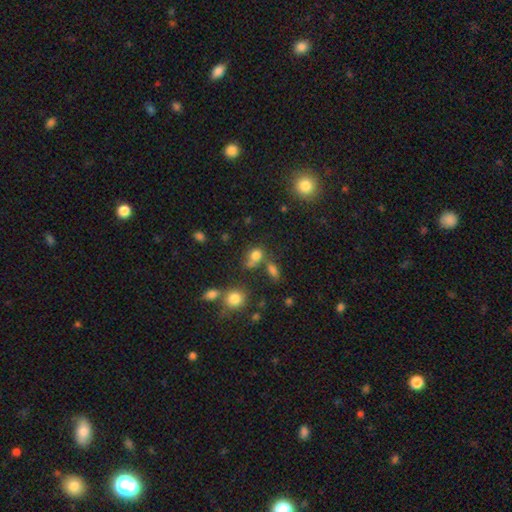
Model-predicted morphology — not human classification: smooth-or-featured: smooth: 75% | star or artifact: 16% | featured or disk: 9%
  how-rounded: in between: 49% | round: 48% | cigar-shaped: 2%
  merging: none: 46% | merger: 30% | minor disturbance: 15% | major disturbance: 8%